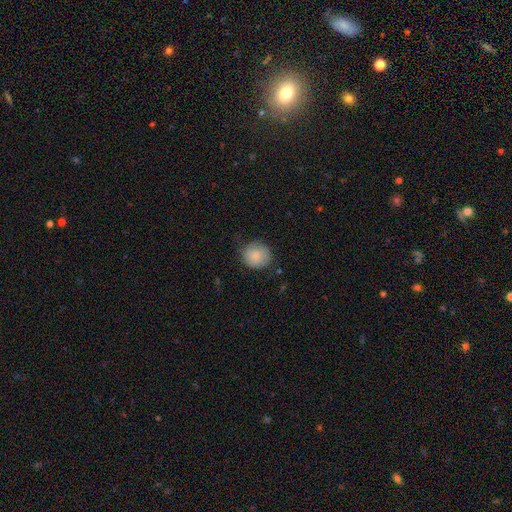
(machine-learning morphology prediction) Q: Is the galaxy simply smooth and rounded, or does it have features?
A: smooth — 76%.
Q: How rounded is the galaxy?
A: round — 86%.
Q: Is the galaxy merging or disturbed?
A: none — 68%.